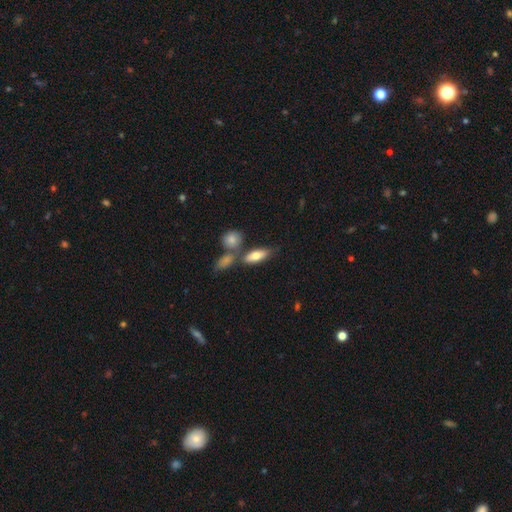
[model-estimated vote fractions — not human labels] smooth 73%, featured or disk 20%, star or artifact 7%. Down the decision tree: how rounded — in between (73%); merging — none (56%).